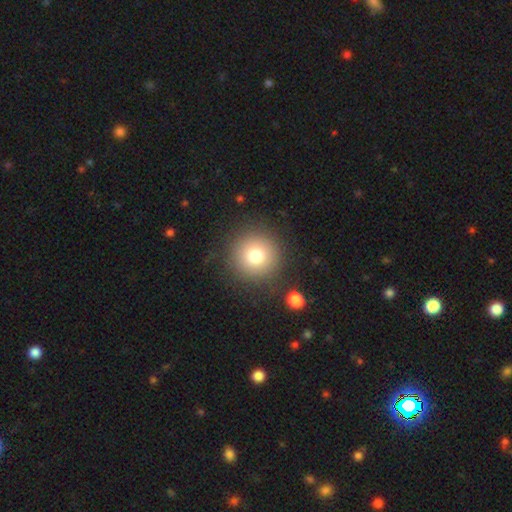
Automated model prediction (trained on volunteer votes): Morphology: type=smooth (77%); roundness=round (95%); merging=none (87%).